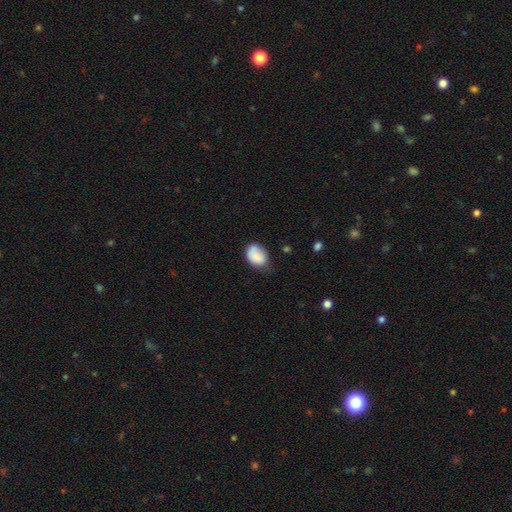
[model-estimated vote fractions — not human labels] smooth-or-featured: smooth: 83% | featured or disk: 9% | star or artifact: 7%
  how-rounded: in between: 76% | round: 23% | cigar-shaped: 1%
  merging: none: 56% | minor disturbance: 33% | major disturbance: 8% | merger: 3%